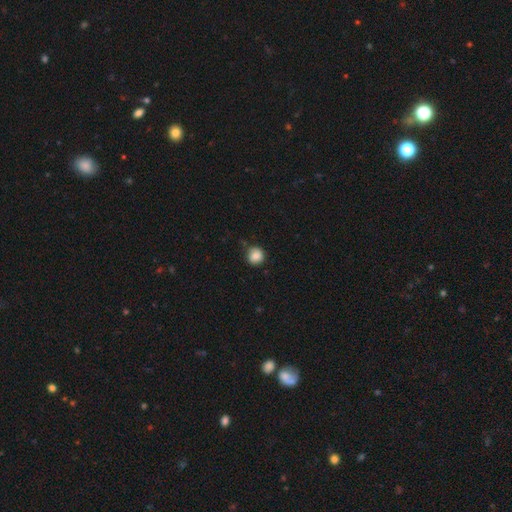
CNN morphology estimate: Smooth or featured? Predicted: smooth (p=0.83). How rounded? Predicted: round (p=0.90). Merging? Predicted: none (p=0.76).